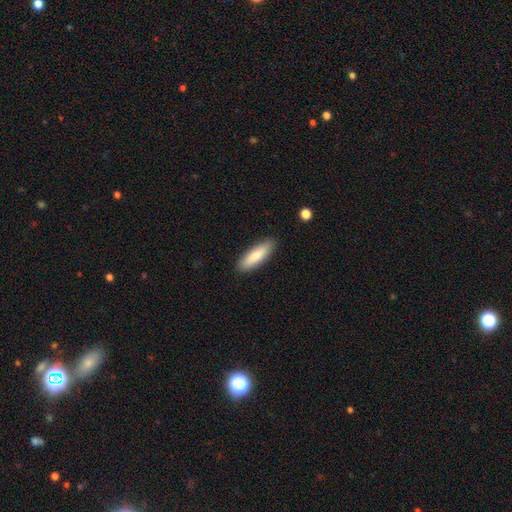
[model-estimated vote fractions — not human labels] Overall: smooth (83%). How rounded: cigar-shaped (53%; in between 46%). Merging: none (88%).